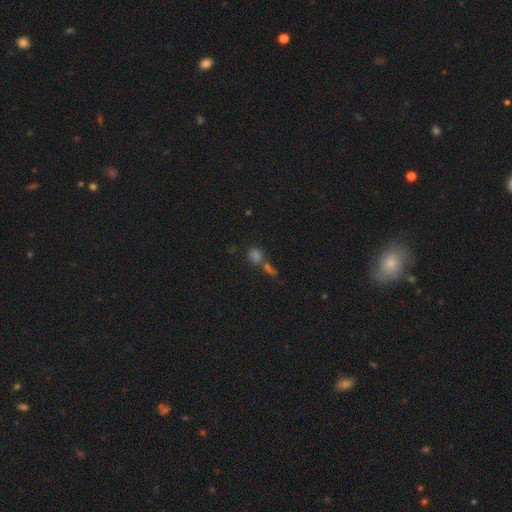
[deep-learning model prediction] Smooth or featured: smooth — 62% (star or artifact — 28%)
How rounded: round — 76% (in between — 20%)
Merging: none — 45% (merger — 42%)